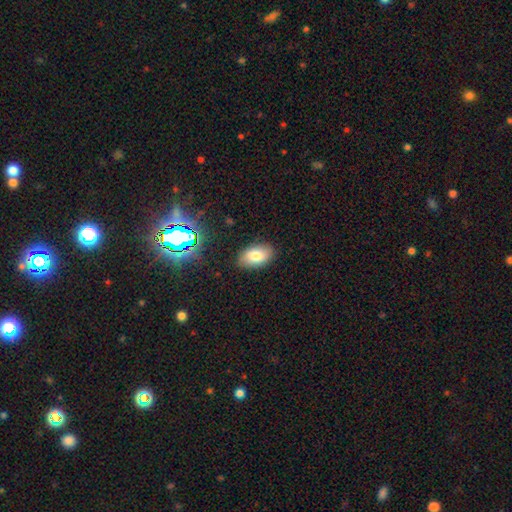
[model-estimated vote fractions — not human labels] A smooth galaxy with no disk features (77%) that is in between round and cigar-shaped (92%).

Vote fractions:
- Smooth or featured? smooth: 77% / featured or disk: 12% / star or artifact: 11%
- How rounded? in between: 92% / round: 7% / cigar-shaped: 1%
- Merging? none: 86% / minor disturbance: 10% / major disturbance: 2% / merger: 1%